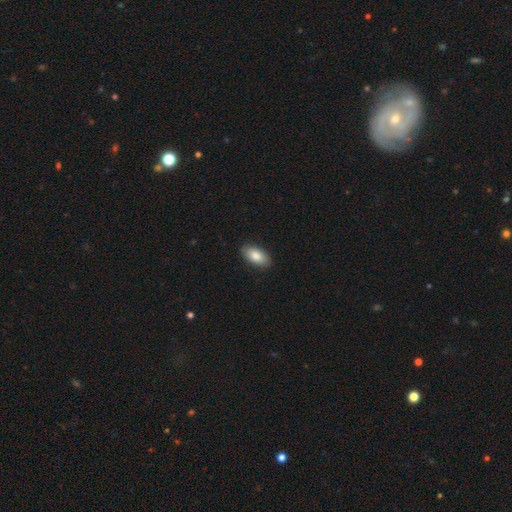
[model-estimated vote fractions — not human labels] Morphology: type=smooth (84%); roundness=in between (93%); merging=none (89%).